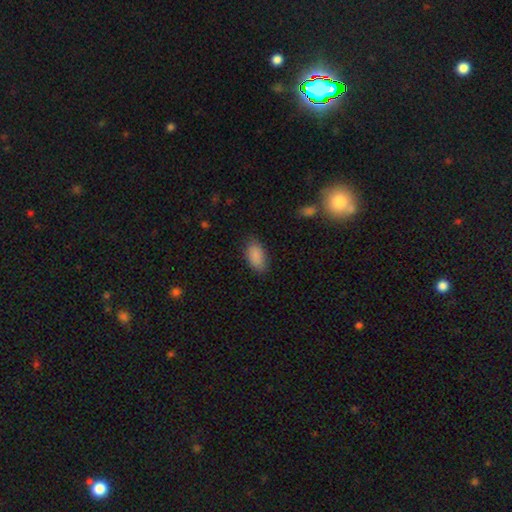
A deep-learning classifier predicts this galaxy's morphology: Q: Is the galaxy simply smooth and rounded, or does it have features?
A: smooth — 88%.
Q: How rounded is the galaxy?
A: in between — 93%.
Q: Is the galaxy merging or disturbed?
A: none — 81%.